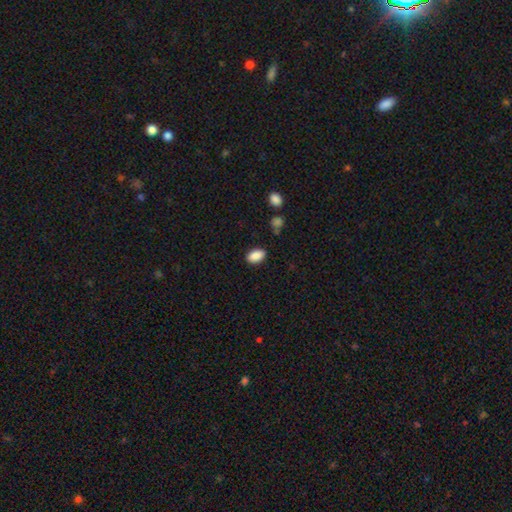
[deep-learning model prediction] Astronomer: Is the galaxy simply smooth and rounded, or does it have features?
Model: smooth — 89%.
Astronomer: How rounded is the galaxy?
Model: in between — 92%.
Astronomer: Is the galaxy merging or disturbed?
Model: none — 86%.